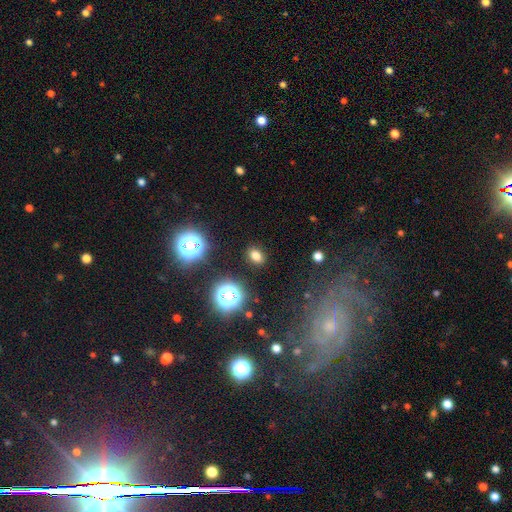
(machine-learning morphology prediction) This is likely a smooth galaxy (73%). How rounded: likely in between (69%). Merging: clearly none (88%).